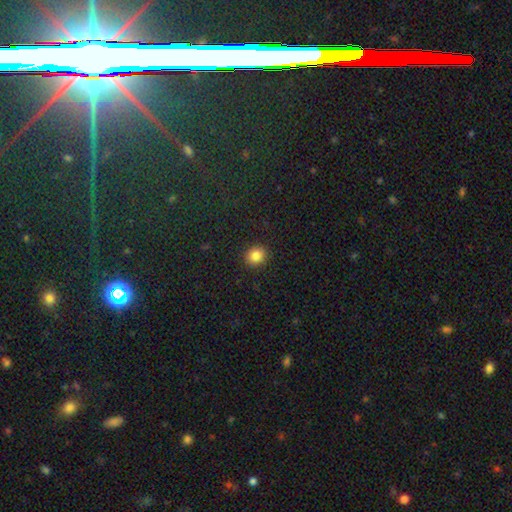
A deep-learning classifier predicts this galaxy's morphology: Smooth or featured: smooth — 84% (star or artifact — 10%)
How rounded: round — 79% (in between — 20%)
Merging: none — 91% (minor disturbance — 6%)